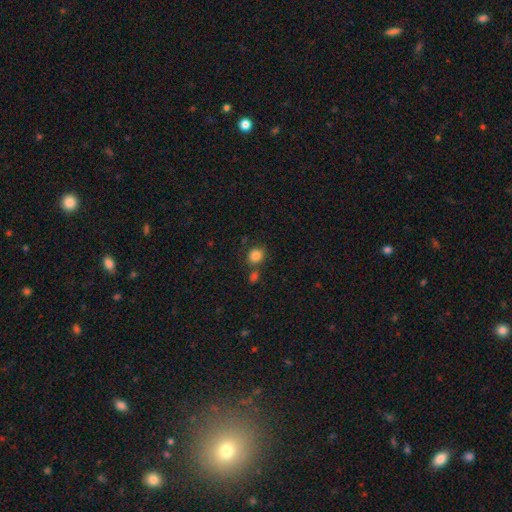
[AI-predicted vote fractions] Smooth or featured? Predicted: smooth (p=0.84). How rounded? Predicted: round (p=0.71). Merging? Predicted: none (p=0.64).